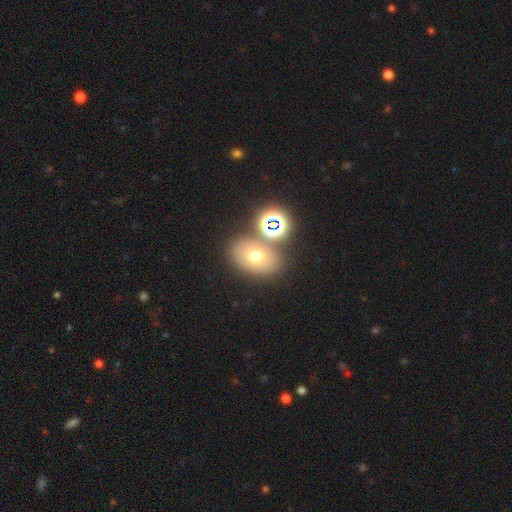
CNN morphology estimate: Q: Smooth or featured?
A: smooth (58%); runner-up: star or artifact (21%)
Q: How rounded?
A: in between (70%); runner-up: round (29%)
Q: Merging?
A: none (70%); runner-up: merger (15%)